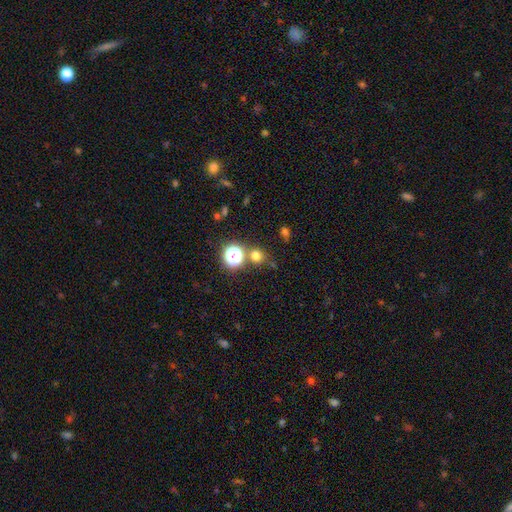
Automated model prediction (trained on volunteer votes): smooth 68%, star or artifact 25%, featured or disk 7%. Down the decision tree: how rounded — round (88%); merging — none (72%).